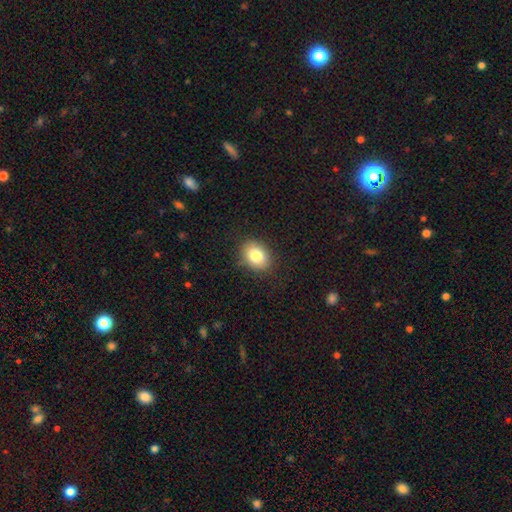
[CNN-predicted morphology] smooth-or-featured: smooth: 82% | featured or disk: 9% | star or artifact: 9%
  how-rounded: in between: 60% | round: 39% | cigar-shaped: 1%
  merging: none: 86% | minor disturbance: 10% | major disturbance: 3% | merger: 1%